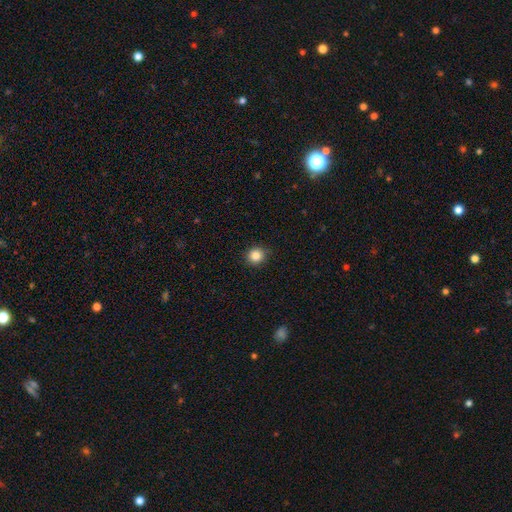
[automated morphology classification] Smooth or featured? smooth (85%)
How rounded? round (90%)
Merging? none (89%)